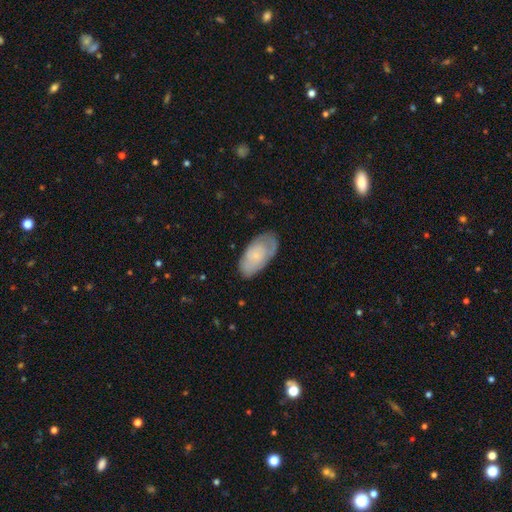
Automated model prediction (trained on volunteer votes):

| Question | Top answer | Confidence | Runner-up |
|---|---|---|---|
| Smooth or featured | smooth | 54% | featured or disk (40%) |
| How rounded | in between | 94% | round (3%) |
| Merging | none | 67% | minor disturbance (24%) |